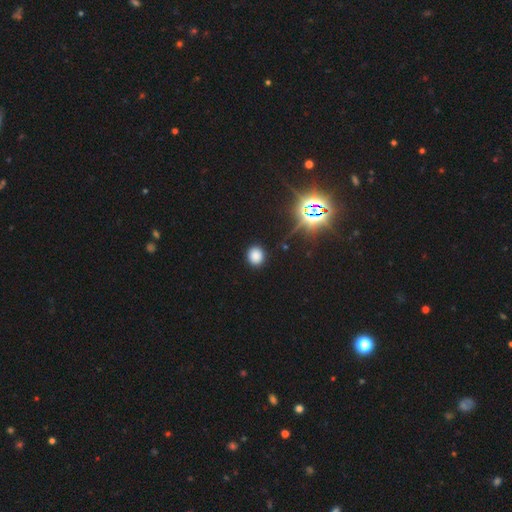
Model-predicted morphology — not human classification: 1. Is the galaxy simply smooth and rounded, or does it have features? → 80% smooth, 16% star or artifact, 4% featured or disk.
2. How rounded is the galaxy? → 75% round, 24% in between, 1% cigar-shaped.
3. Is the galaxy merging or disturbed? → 90% none, 7% minor disturbance, 2% major disturbance, 1% merger.